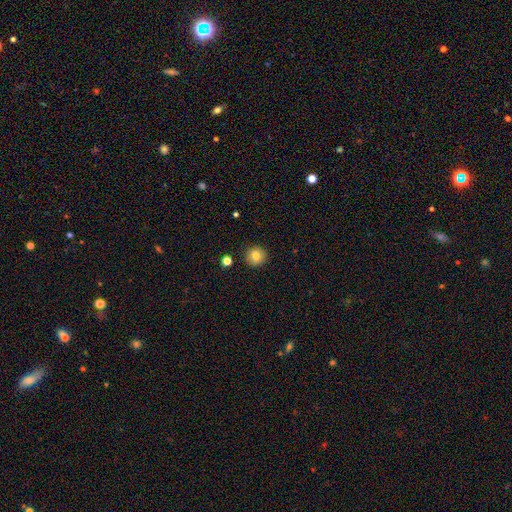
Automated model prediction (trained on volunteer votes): This appears to be a smooth galaxy with no disk features (82%) that is round (93%). Merging: none (90%).